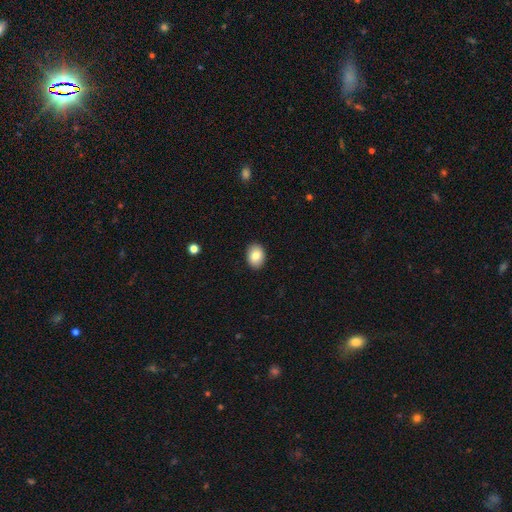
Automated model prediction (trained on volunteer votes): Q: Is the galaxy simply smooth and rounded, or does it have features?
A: smooth — 84%.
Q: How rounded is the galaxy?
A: in between — 64%.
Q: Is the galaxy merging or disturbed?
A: none — 91%.